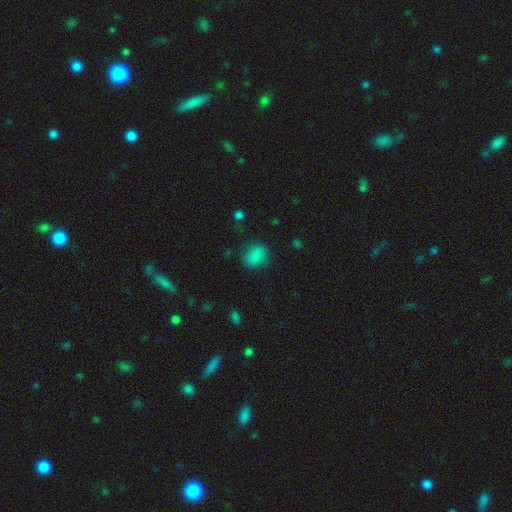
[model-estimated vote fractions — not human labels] Overall: smooth (82%). How rounded: round (57%; in between 42%). Merging: none (78%).